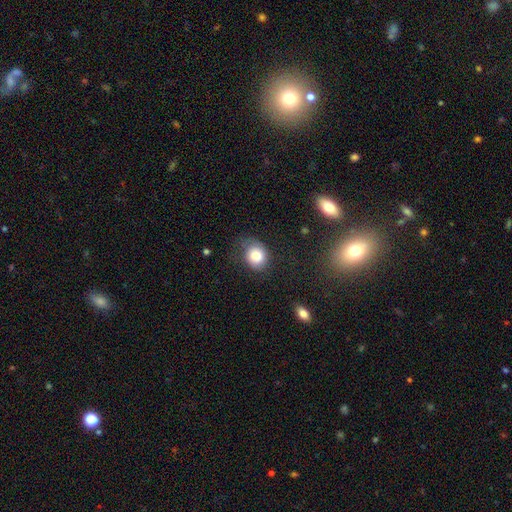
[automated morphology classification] A smooth galaxy with no disk features (80%) that is round (58%).

Vote fractions:
- Smooth or featured? smooth: 80% / featured or disk: 10% / star or artifact: 9%
- How rounded? round: 58% / in between: 41% / cigar-shaped: 1%
- Merging? none: 66% / minor disturbance: 24% / major disturbance: 9% / merger: 2%